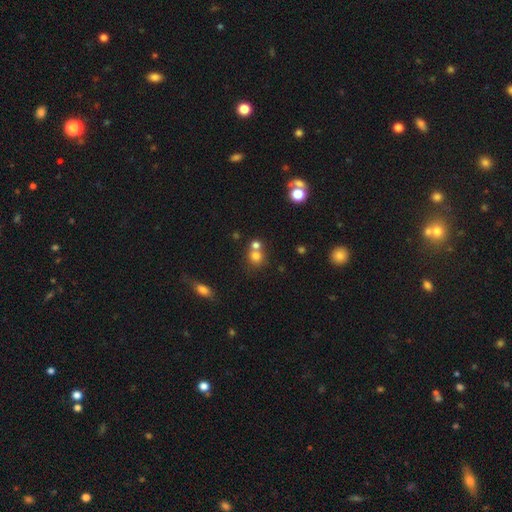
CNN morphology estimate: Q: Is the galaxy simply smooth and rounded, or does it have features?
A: smooth — 75%.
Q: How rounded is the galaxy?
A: round — 83%.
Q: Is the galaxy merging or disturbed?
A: none — 48%.